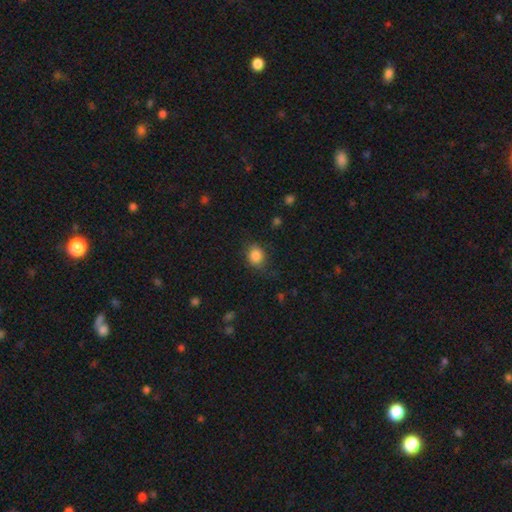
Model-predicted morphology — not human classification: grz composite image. It shows a smooth galaxy with no disk features (85%) that is round (67%). Merging: none (74%).